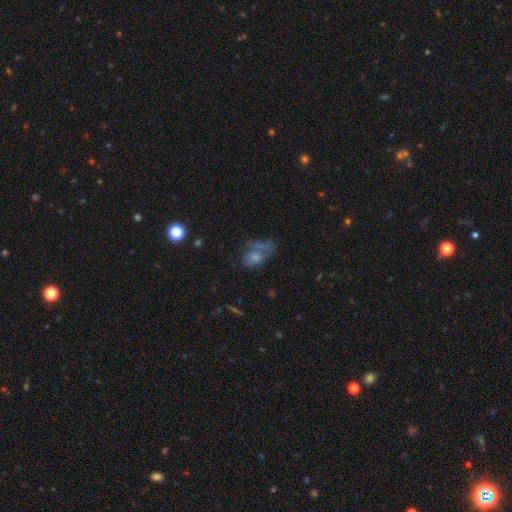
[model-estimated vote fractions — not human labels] smooth_or_featured: smooth (p=0.50) [alt: featured or disk p=0.32]
how_rounded: in between (p=0.76) [alt: round p=0.21]
merging: none (p=0.30) [alt: major disturbance p=0.29]